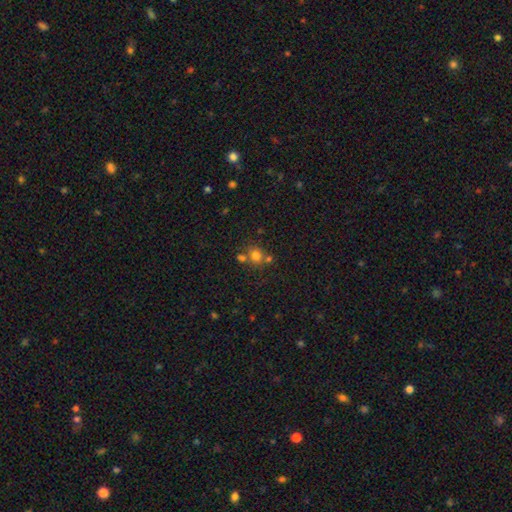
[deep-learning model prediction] This appears to be a smooth galaxy with no disk features (73%) that is round (80%). Merging: none (57%).